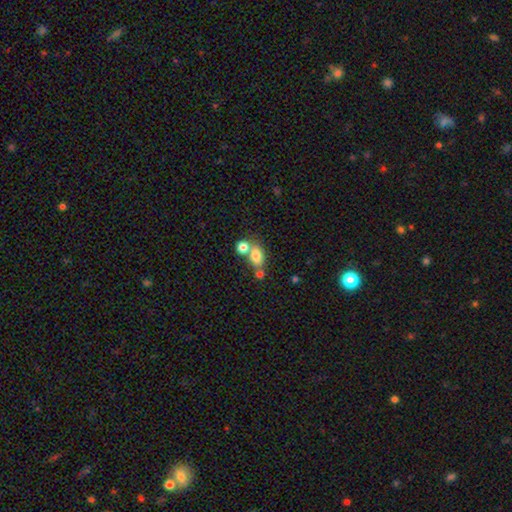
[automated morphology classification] Overall: smooth (78%). How rounded: in between (72%). Merging: merger (43%; none 42%).